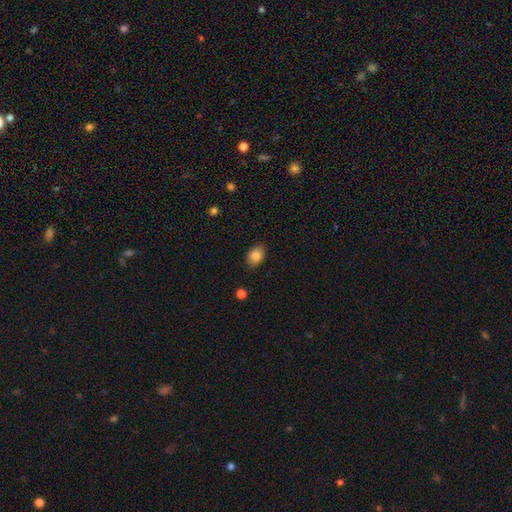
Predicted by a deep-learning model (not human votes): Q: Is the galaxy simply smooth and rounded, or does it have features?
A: smooth — 86%.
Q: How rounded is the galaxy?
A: in between — 82%.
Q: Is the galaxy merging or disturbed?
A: none — 86%.